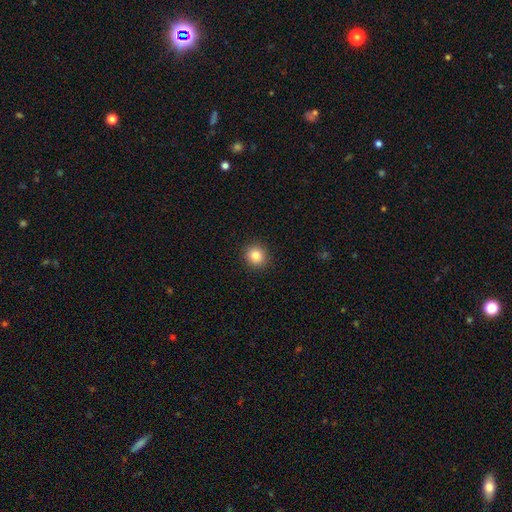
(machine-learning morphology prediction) Smooth or featured? smooth (84%)
How rounded? round (90%)
Merging? none (92%)